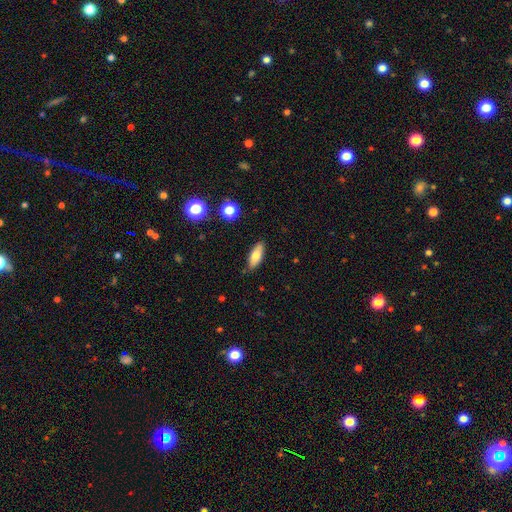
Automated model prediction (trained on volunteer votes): The model was most divided on "how rounded": in between: 71%, cigar-shaped: 27%, round: 3%. More confident: merging — none (85%); smooth or featured — smooth (74%).